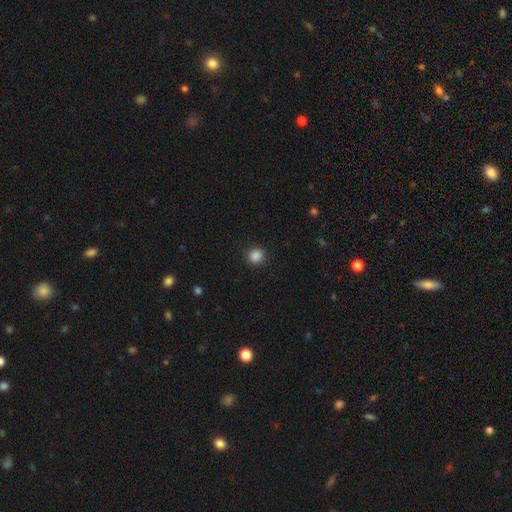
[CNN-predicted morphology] This is clearly a smooth galaxy (87%). How rounded: clearly round (89%). Merging: clearly none (91%).